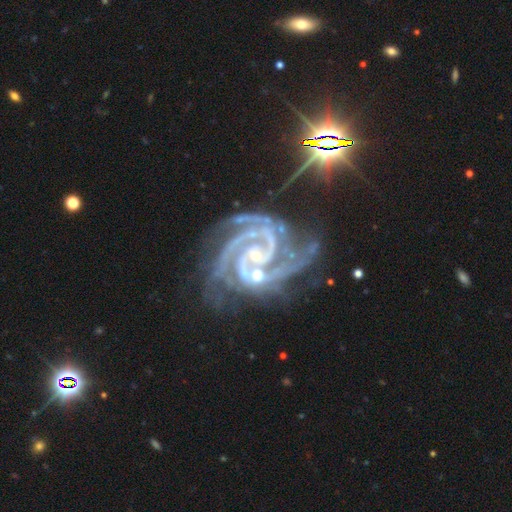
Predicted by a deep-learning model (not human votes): featured or disk 92%, star or artifact 6%, smooth 2%. Down the decision tree: edge-on disk — no (98%); bar — no (51%); spiral arms — yes (99%); spiral arm count — 2 (40%); spiral winding — tight (58%); bulge size — small (77%); merging — none (45%).